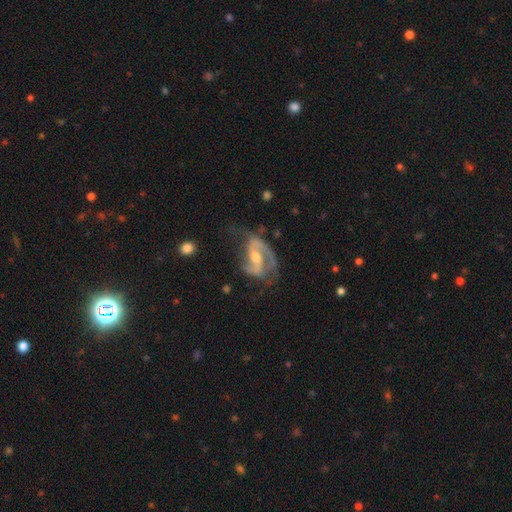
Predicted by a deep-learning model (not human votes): smooth-or-featured: featured or disk: 89% | smooth: 6% | star or artifact: 5%
  disk-edge-on: no: 97% | yes: 3%
    bar: weak: 46% | strong: 27% | no: 27%
    has-spiral-arms: yes: 96% | no: 4%
      spiral-winding: medium: 54% | loose: 26% | tight: 20%
      spiral-arm-count: 2: 86% | 1: 6% | can't tell: 4% | 3: 2% | 4: 1% | more than 4: 1%
    bulge-size: moderate: 54% | small: 38% | large: 3% | none: 3% | dominant: 1%
  merging: none: 53% | minor disturbance: 24% | major disturbance: 20% | merger: 3%